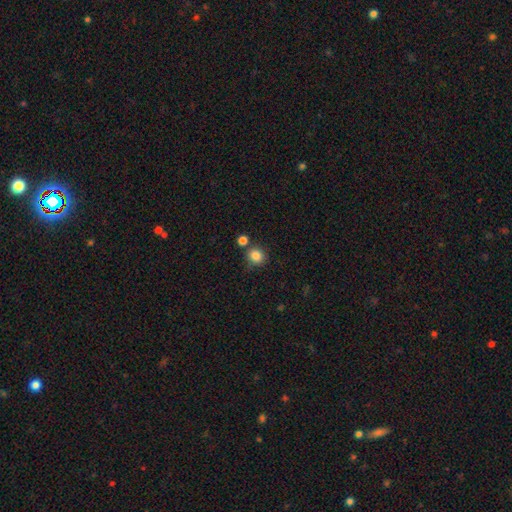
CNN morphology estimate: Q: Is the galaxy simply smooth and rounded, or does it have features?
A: smooth — 85%.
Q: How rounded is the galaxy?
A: round — 88%.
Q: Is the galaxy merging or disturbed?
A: none — 75%.